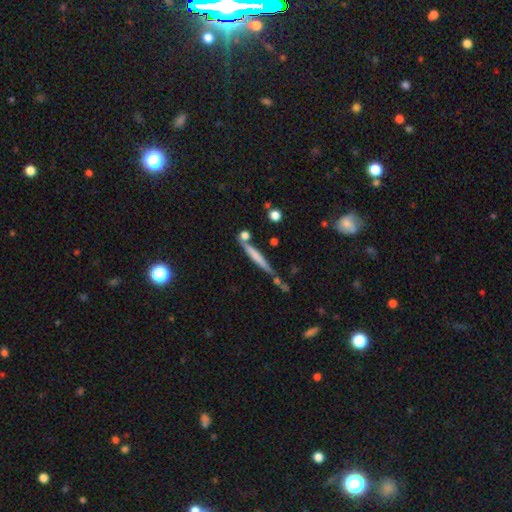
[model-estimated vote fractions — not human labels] A smooth galaxy with no disk features (54%) that is cigar-shaped (94%). Merging: none (68%).